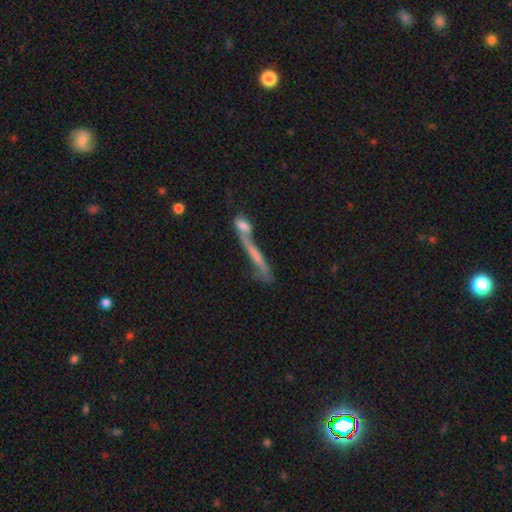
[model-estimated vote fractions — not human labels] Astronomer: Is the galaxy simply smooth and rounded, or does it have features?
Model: smooth — 47% (runner-up: featured or disk, 43%).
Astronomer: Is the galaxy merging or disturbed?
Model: merger — 59%.